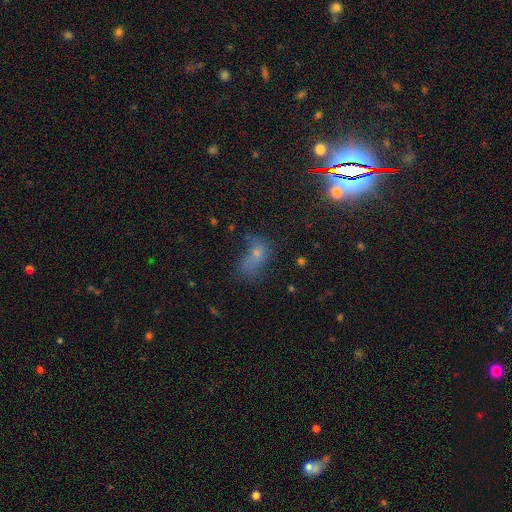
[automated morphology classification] Q: Smooth or featured?
A: smooth (52%); runner-up: star or artifact (28%)
Q: How rounded?
A: in between (78%); runner-up: round (16%)
Q: Merging?
A: none (34%); runner-up: major disturbance (31%)